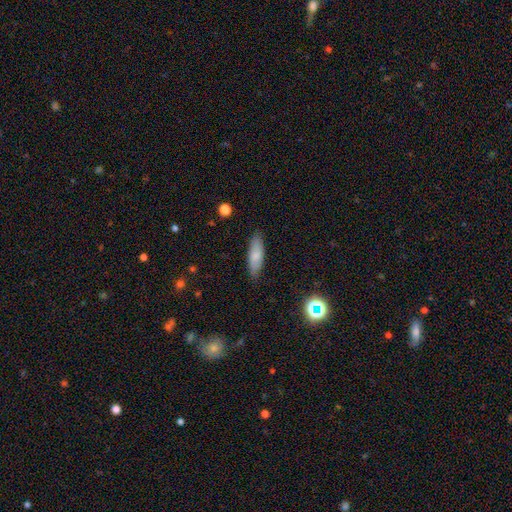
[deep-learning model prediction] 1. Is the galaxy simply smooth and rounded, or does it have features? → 77% smooth, 16% featured or disk, 7% star or artifact.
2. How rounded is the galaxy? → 51% in between, 47% cigar-shaped, 2% round.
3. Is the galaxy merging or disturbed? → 85% none, 12% minor disturbance, 2% major disturbance, 1% merger.